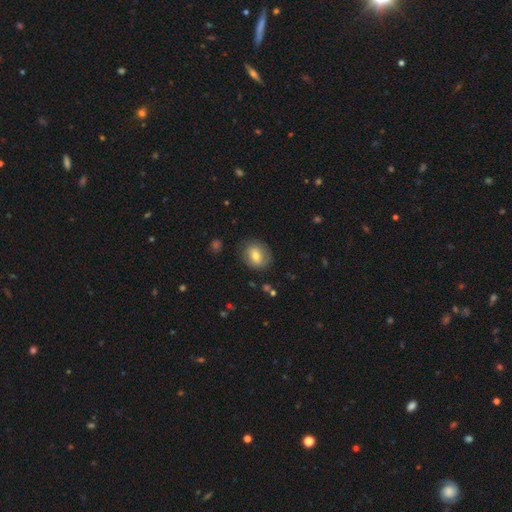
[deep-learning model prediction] smooth-or-featured: smooth: 66% | featured or disk: 26% | star or artifact: 8%
  how-rounded: round: 56% | in between: 43% | cigar-shaped: 1%
  merging: none: 79% | minor disturbance: 14% | major disturbance: 5% | merger: 1%